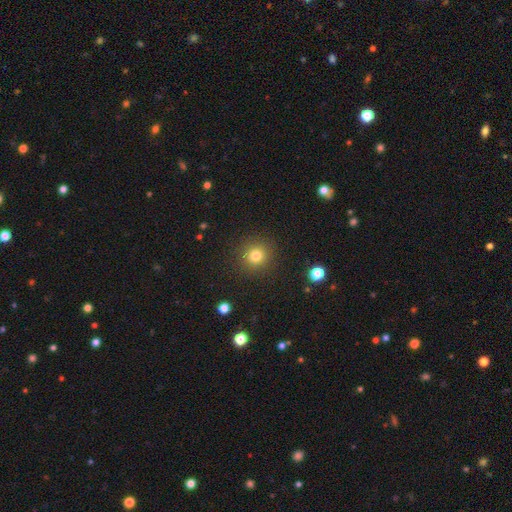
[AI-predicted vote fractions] Morphology: type=smooth (80%); roundness=round (92%); merging=none (90%).